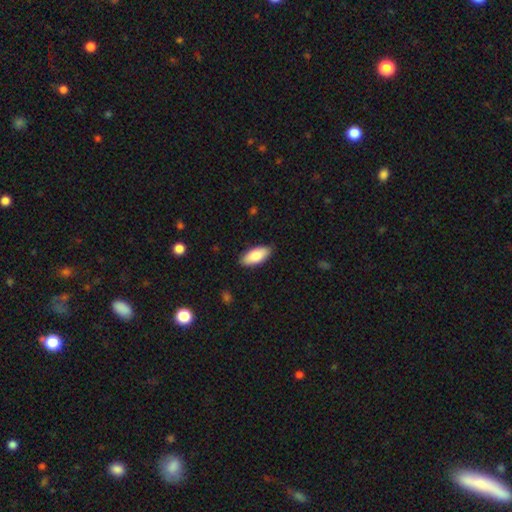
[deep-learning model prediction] Smooth or featured? Predicted: smooth (p=0.85). How rounded? Predicted: in between (p=0.87). Merging? Predicted: none (p=0.87).